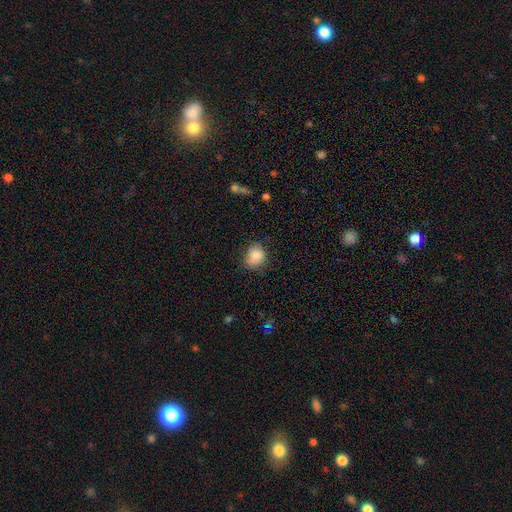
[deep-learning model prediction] smooth-or-featured: smooth: 85% | star or artifact: 9% | featured or disk: 6%
  how-rounded: round: 57% | in between: 42% | cigar-shaped: 1%
  merging: none: 69% | minor disturbance: 24% | major disturbance: 5% | merger: 2%